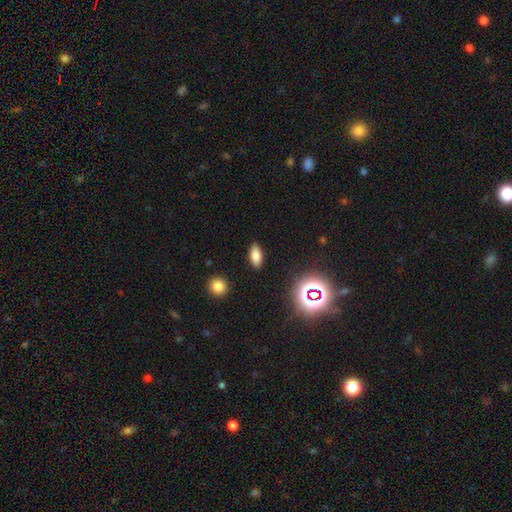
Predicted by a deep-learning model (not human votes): smooth_or_featured: smooth (p=0.75) [alt: star or artifact p=0.15]
how_rounded: in between (p=0.84) [alt: cigar-shaped p=0.12]
merging: none (p=0.88) [alt: minor disturbance p=0.08]